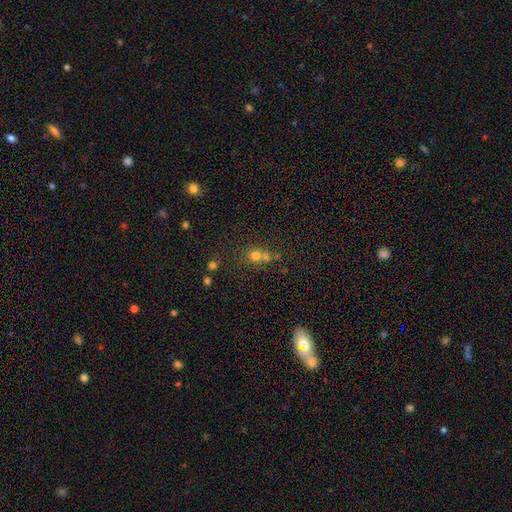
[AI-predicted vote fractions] A smooth galaxy with no disk features (70%) that is round (84%). Merging: none (46%).